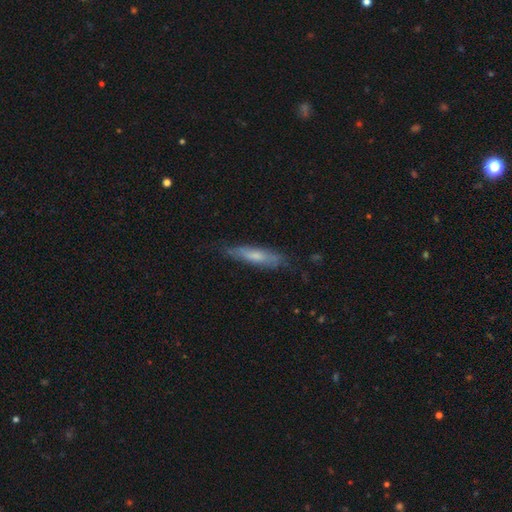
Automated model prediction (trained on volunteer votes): Smooth or featured: smooth — 55% (featured or disk — 38%)
How rounded: cigar-shaped — 80% (in between — 18%)
Merging: none — 75% (minor disturbance — 19%)